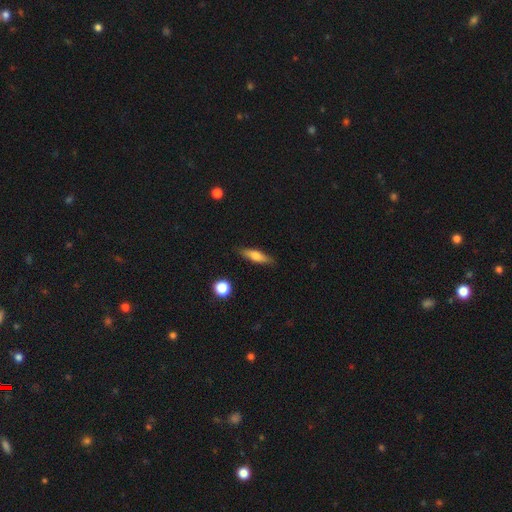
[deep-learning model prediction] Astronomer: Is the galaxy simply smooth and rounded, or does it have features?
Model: smooth — 64%.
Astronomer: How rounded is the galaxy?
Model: cigar-shaped — 61% (runner-up: in between, 36%).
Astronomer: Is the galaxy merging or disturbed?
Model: none — 85%.